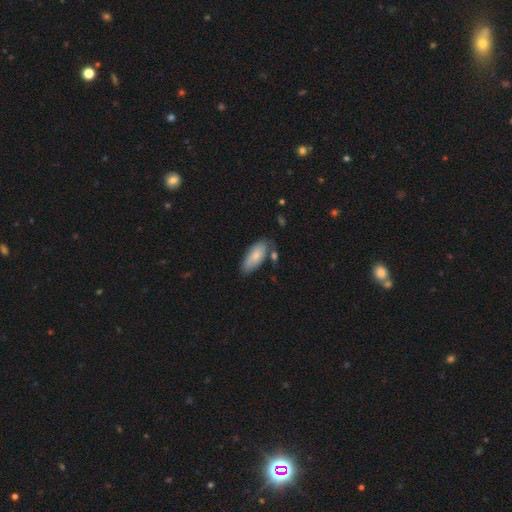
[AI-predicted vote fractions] Smooth or featured?
  - smooth: 76% *
  - featured or disk: 18%
  - star or artifact: 6%
How rounded?
  - in between: 84% *
  - cigar-shaped: 14%
  - round: 2%
Merging?
  - none: 67% *
  - minor disturbance: 21%
  - merger: 8%
  - major disturbance: 4%